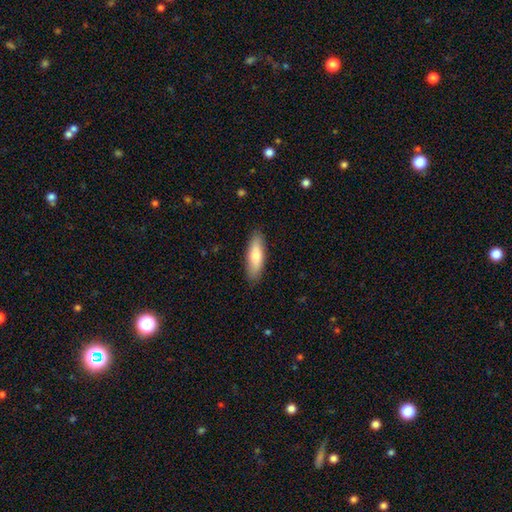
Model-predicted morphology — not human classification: Smooth or featured: smooth — 73% (featured or disk — 22%)
How rounded: cigar-shaped — 53% (in between — 46%)
Merging: none — 88% (minor disturbance — 9%)